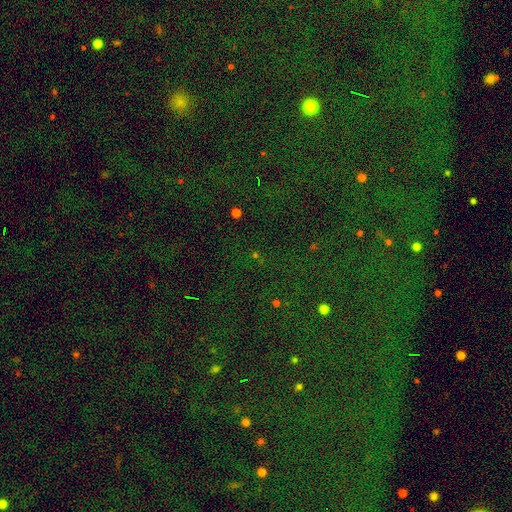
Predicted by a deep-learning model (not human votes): Q: Smooth or featured?
A: star or artifact (73%); runner-up: smooth (20%)